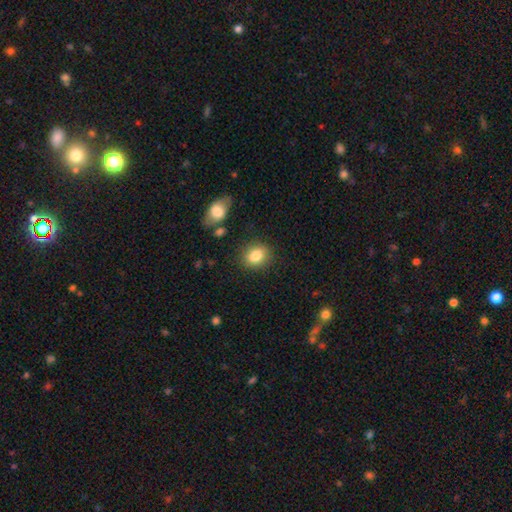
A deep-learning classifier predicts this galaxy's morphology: This is clearly a smooth galaxy (83%). How rounded: possibly round (52%). Merging: clearly none (83%).